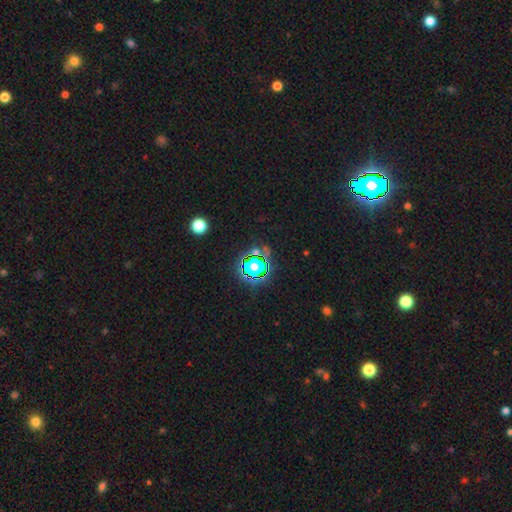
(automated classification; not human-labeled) Q: Smooth or featured?
A: star or artifact (76%); runner-up: smooth (16%)